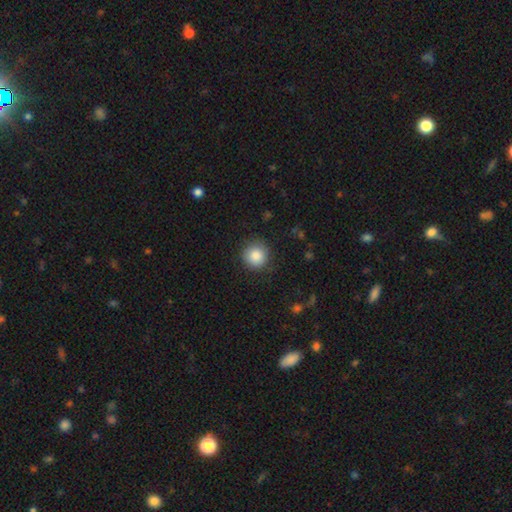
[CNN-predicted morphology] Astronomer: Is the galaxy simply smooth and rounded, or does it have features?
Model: smooth — 86%.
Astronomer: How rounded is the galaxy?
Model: round — 94%.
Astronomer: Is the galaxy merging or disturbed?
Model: none — 86%.